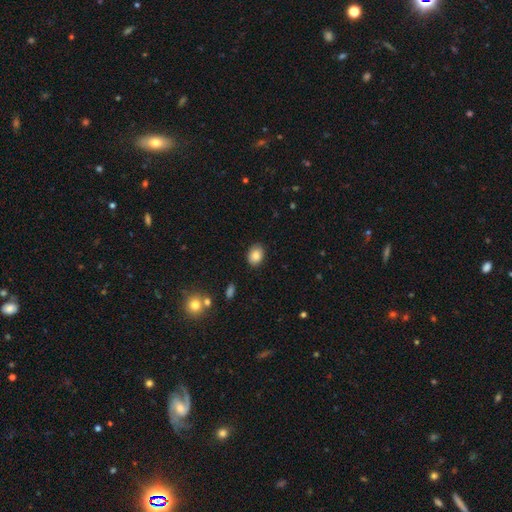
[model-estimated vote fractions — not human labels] smooth_or_featured: smooth (p=0.85) [alt: star or artifact p=0.09]
how_rounded: in between (p=0.68) [alt: round p=0.31]
merging: none (p=0.88) [alt: minor disturbance p=0.09]